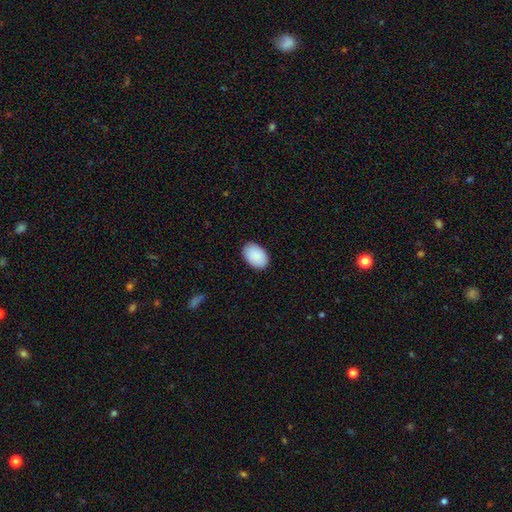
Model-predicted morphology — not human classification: Smooth or featured? smooth (91%)
How rounded? in between (91%)
Merging? none (89%)